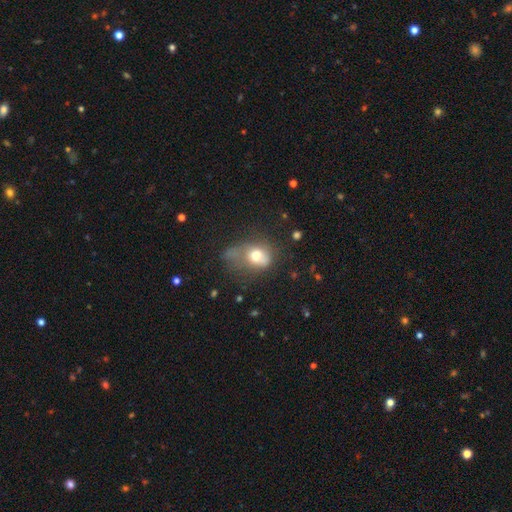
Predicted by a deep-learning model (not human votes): smooth 68%, featured or disk 20%, star or artifact 11%. Down the decision tree: how rounded — in between (54%); merging — major disturbance (43%).